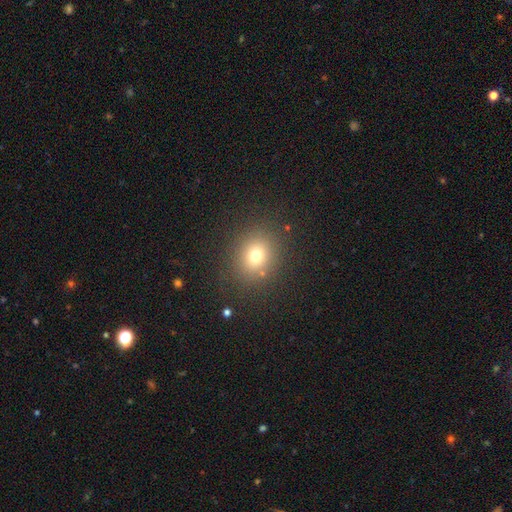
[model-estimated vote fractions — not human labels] smooth-or-featured: smooth: 73% | star or artifact: 17% | featured or disk: 10%
  how-rounded: round: 76% | in between: 23% | cigar-shaped: 1%
  merging: none: 85% | minor disturbance: 8% | major disturbance: 4% | merger: 2%